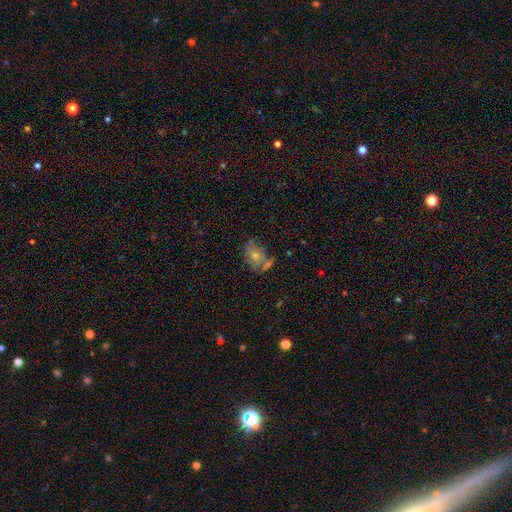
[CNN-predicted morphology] smooth-or-featured: smooth: 63% | featured or disk: 27% | star or artifact: 9%
  how-rounded: in between: 70% | round: 29% | cigar-shaped: 1%
  merging: none: 43% | merger: 23% | minor disturbance: 23% | major disturbance: 10%